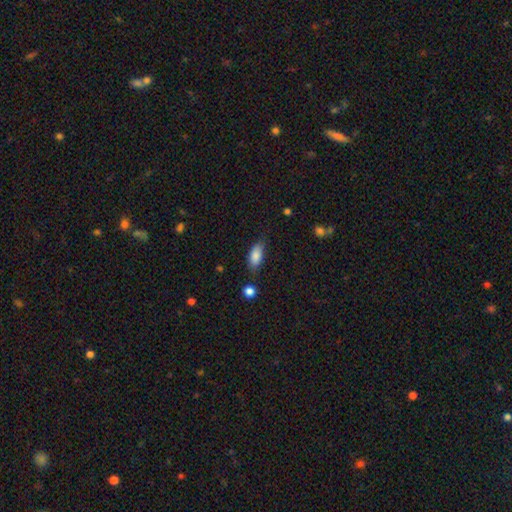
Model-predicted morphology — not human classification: Overall: smooth (84%). How rounded: in between (86%). Merging: none (69%).